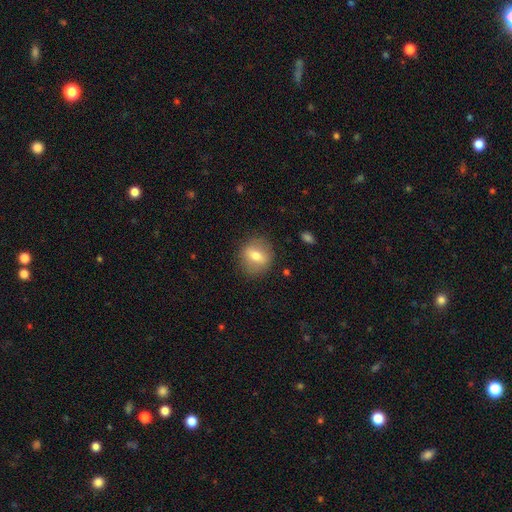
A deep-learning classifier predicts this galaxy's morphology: This appears to be a smooth galaxy with no disk features (64%) that is round (73%). Merging: none (85%).